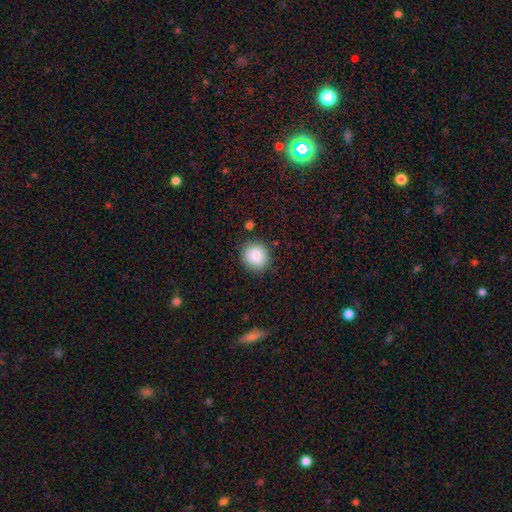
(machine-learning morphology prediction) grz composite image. It shows a smooth galaxy with no disk features (85%) that is round (85%). Merging: none (85%).